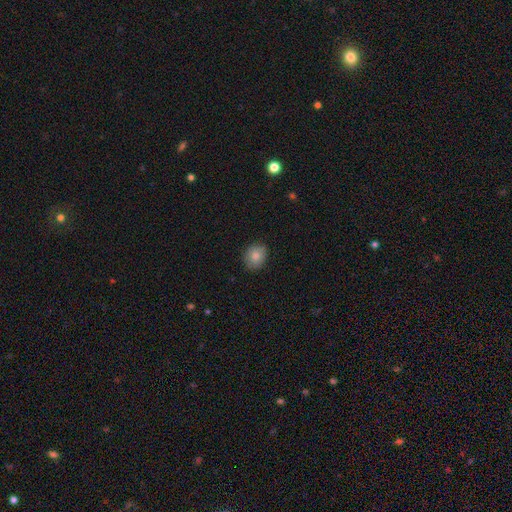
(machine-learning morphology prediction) The model was most divided on "how rounded": round: 64%, in between: 35%, cigar-shaped: 1%. More confident: merging — none (86%); smooth or featured — smooth (83%).